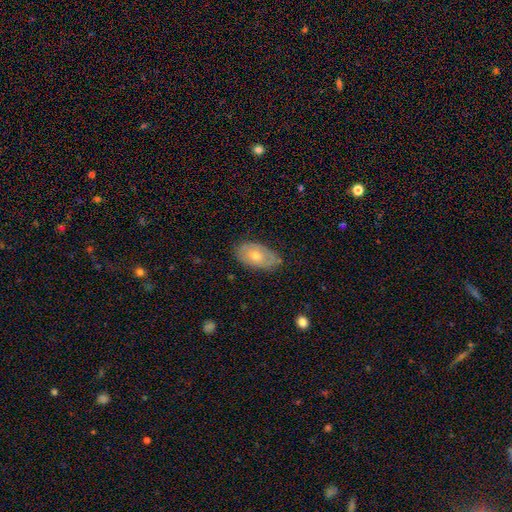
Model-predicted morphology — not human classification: A smooth galaxy with no disk features (51%) that is in between round and cigar-shaped (92%).

Vote fractions:
- Smooth or featured? smooth: 51% / featured or disk: 42% / star or artifact: 7%
- How rounded? in between: 92% / round: 6% / cigar-shaped: 2%
- Merging? none: 76% / minor disturbance: 19% / major disturbance: 4% / merger: 1%